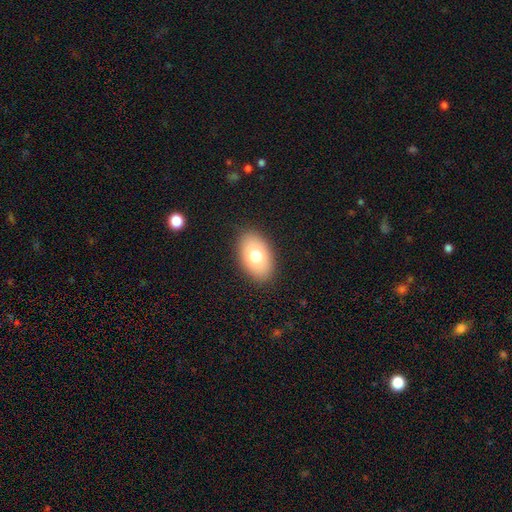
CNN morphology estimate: A smooth galaxy with no disk features (74%) that is in between round and cigar-shaped (90%).

Vote fractions:
- Smooth or featured? smooth: 74% / featured or disk: 17% / star or artifact: 9%
- How rounded? in between: 90% / round: 9% / cigar-shaped: 1%
- Merging? none: 87% / minor disturbance: 9% / major disturbance: 3% / merger: 1%